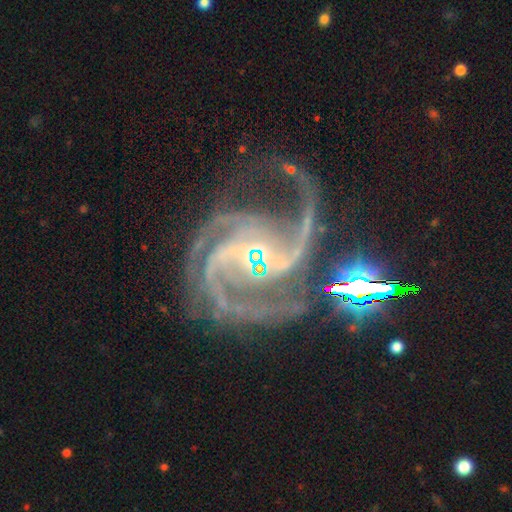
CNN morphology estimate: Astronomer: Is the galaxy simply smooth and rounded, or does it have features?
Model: featured or disk — 92%.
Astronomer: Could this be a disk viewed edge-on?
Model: no — 98%.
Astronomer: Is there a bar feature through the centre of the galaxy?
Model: no — 42% (runner-up: weak, 37%).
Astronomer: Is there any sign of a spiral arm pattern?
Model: yes — 99%.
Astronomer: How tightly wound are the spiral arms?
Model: medium — 58%.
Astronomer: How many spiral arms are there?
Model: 3 — 37% (runner-up: 2, 27%).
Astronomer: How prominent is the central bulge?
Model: small — 76%.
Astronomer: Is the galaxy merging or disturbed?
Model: none — 53%.